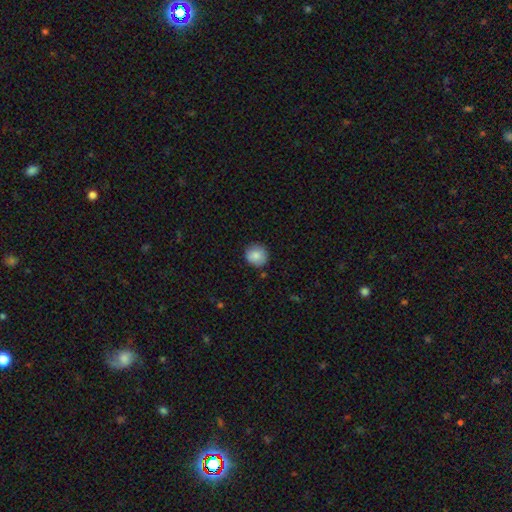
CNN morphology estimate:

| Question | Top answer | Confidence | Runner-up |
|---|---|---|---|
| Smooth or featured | smooth | 86% | star or artifact (8%) |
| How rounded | round | 92% | in between (8%) |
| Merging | none | 85% | minor disturbance (11%) |